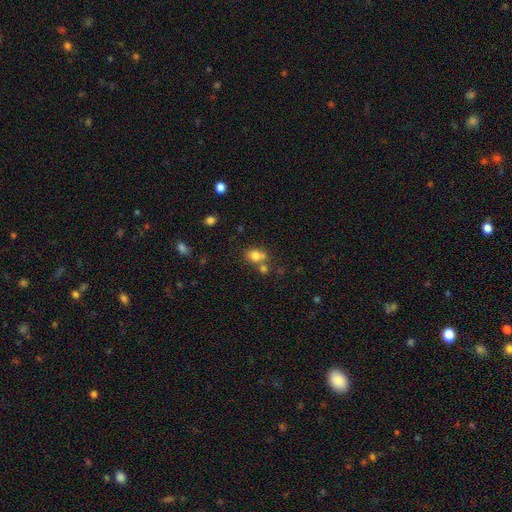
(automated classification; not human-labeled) This appears to be a smooth galaxy with no disk features (77%) that is round (51%). Merging: none (47%).